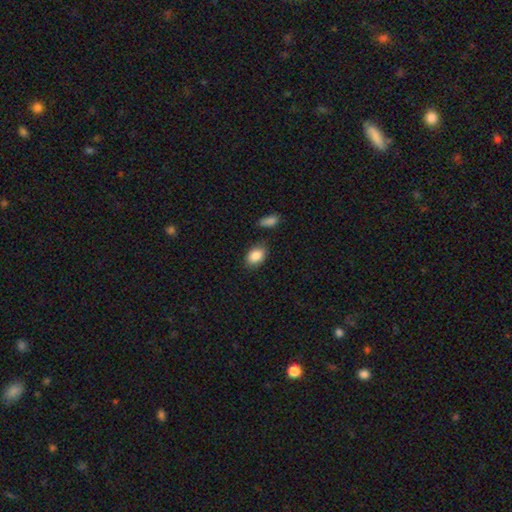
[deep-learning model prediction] A smooth galaxy with no disk features (87%) that is in between round and cigar-shaped (81%). Merging: none (79%).